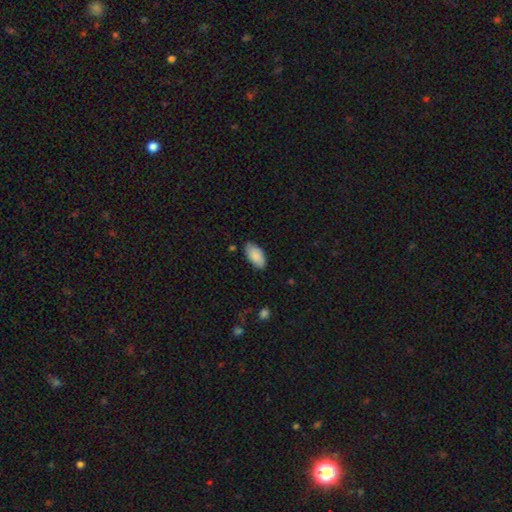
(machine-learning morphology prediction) Smooth or featured? Predicted: smooth (p=0.87). How rounded? Predicted: in between (p=0.94). Merging? Predicted: none (p=0.80).